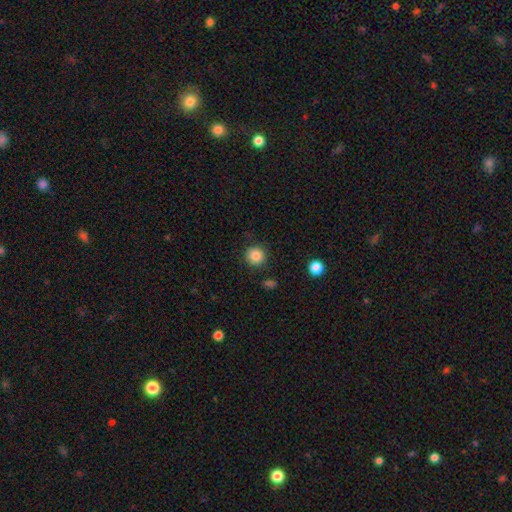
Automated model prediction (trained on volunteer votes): Smooth or featured?
  - smooth: 85% *
  - star or artifact: 10%
  - featured or disk: 4%
How rounded?
  - round: 94% *
  - in between: 5%
  - cigar-shaped: 1%
Merging?
  - none: 89% *
  - minor disturbance: 7%
  - major disturbance: 2%
  - merger: 2%